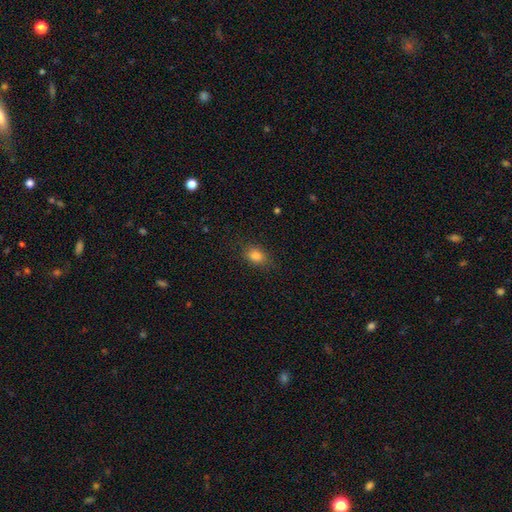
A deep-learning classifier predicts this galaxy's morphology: Smooth or featured? smooth (83%)
How rounded? in between (70%)
Merging? none (82%)